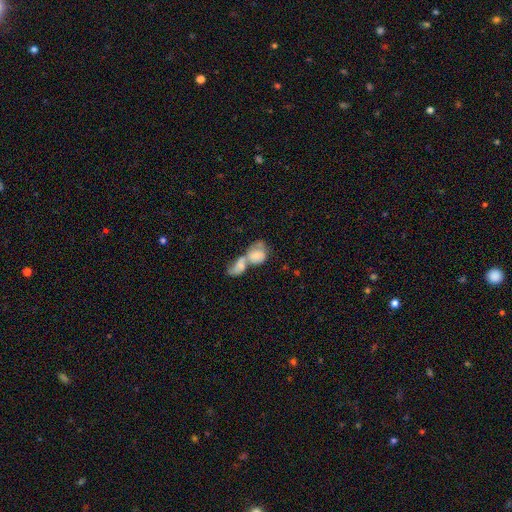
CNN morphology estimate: A smooth galaxy with no disk features (64%) that is round (49%, tied with in between).

Vote fractions:
- Smooth or featured? smooth: 64% / featured or disk: 28% / star or artifact: 7%
- How rounded? round: 49% (tied) / in between: 49% (tied) / cigar-shaped: 2%
- Merging? merger: 76% / none: 12% / minor disturbance: 6% / major disturbance: 5%